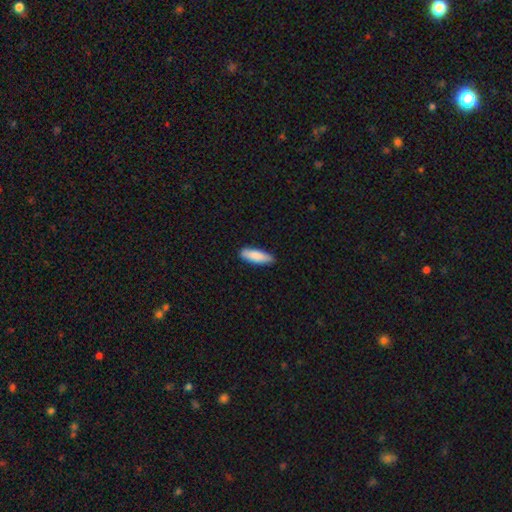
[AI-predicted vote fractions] The model was most divided on "how rounded": in between: 52%, cigar-shaped: 47%, round: 2%. More confident: smooth or featured — smooth (87%); merging — none (86%).